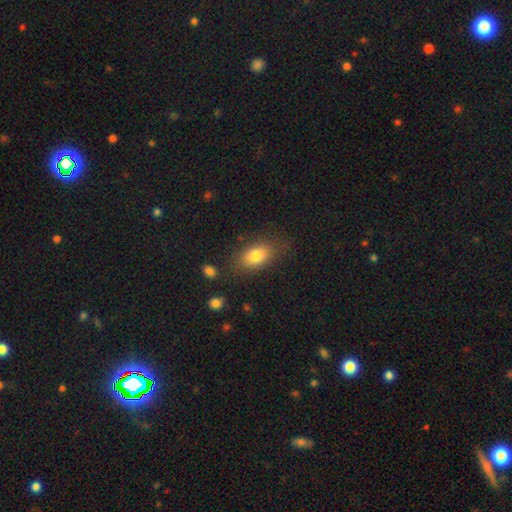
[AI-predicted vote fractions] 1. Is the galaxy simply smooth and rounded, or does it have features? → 80% smooth, 11% featured or disk, 8% star or artifact.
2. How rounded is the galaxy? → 87% in between, 10% round, 3% cigar-shaped.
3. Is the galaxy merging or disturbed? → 76% none, 15% minor disturbance, 6% major disturbance, 3% merger.